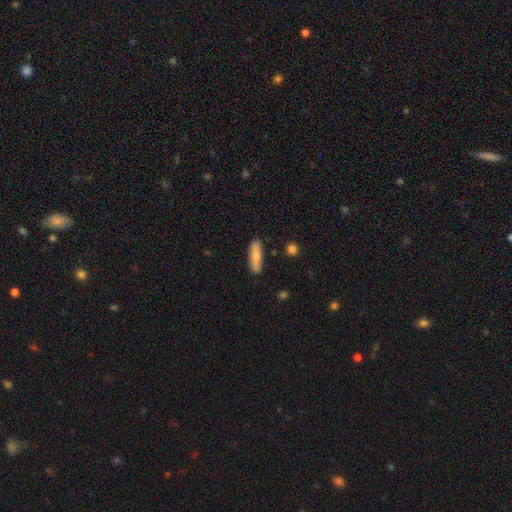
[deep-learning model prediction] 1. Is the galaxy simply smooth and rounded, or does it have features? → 70% smooth, 24% featured or disk, 6% star or artifact.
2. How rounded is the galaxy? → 72% cigar-shaped, 26% in between, 2% round.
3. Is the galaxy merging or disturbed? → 84% none, 12% minor disturbance, 2% major disturbance, 2% merger.